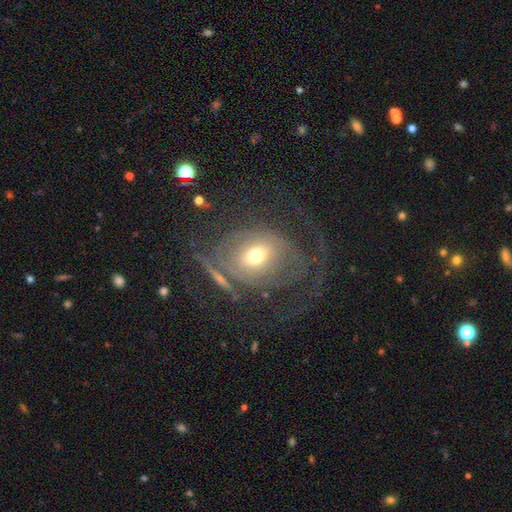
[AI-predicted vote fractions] The model was most divided on "merging": none: 43%, major disturbance: 30%, minor disturbance: 18%, merger: 9%. More confident: edge-on disk — no (92%); smooth or featured — featured or disk (51%).